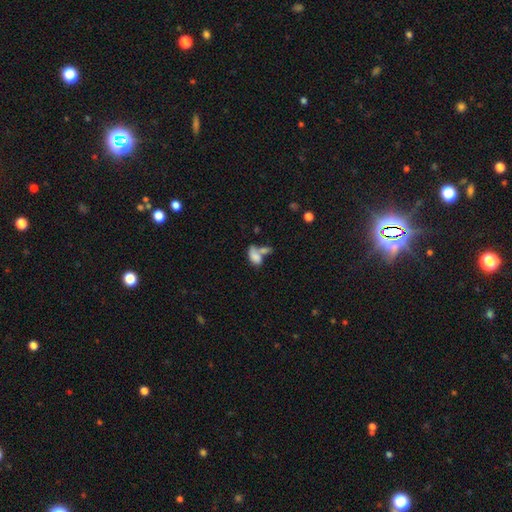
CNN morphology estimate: smooth-or-featured: smooth: 74% | featured or disk: 16% | star or artifact: 10%
  how-rounded: in between: 89% | round: 6% | cigar-shaped: 5%
  merging: merger: 57% | none: 21% | minor disturbance: 11% | major disturbance: 11%